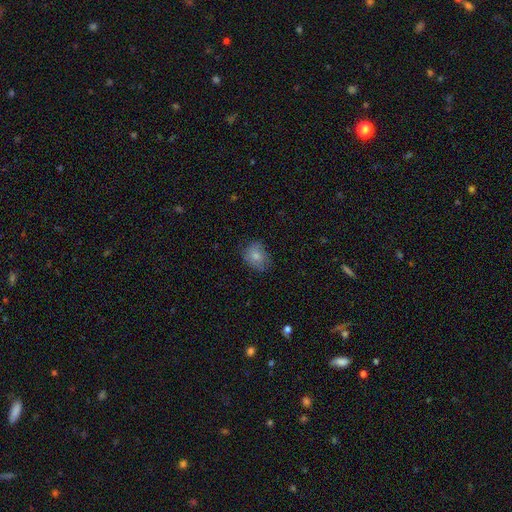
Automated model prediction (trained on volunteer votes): A smooth galaxy with no disk features (79%) that is round (50%). Merging: none (68%).